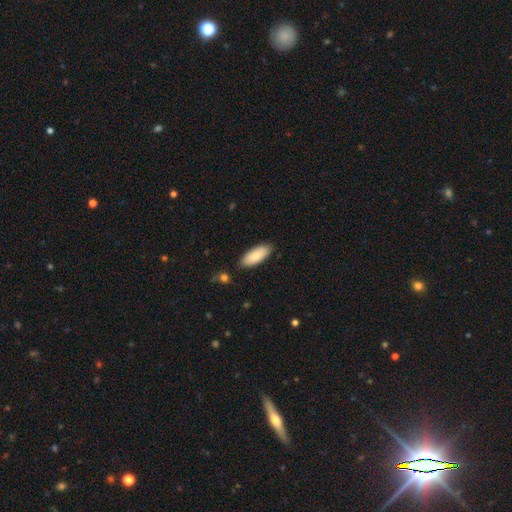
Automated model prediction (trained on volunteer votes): A smooth galaxy with no disk features (87%) that is in between round and cigar-shaped (81%). Merging: none (86%).